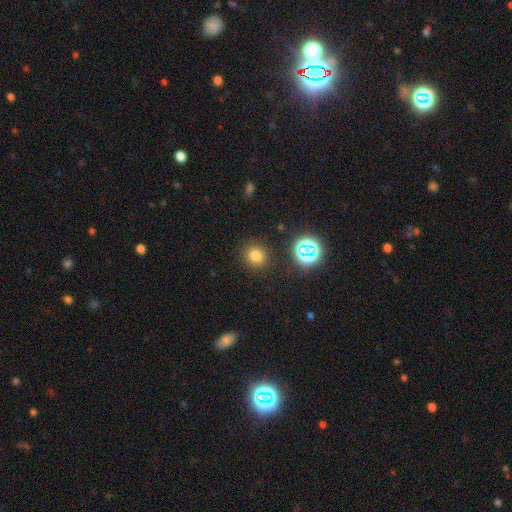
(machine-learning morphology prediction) smooth_or_featured: smooth (p=0.75) [alt: star or artifact p=0.19]
how_rounded: round (p=0.87) [alt: in between p=0.12]
merging: none (p=0.88) [alt: minor disturbance p=0.07]